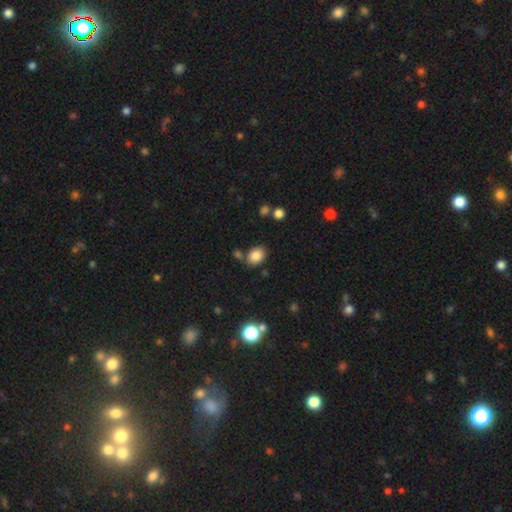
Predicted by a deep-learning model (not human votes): smooth 85%, star or artifact 10%, featured or disk 5%. Down the decision tree: how rounded — in between (64%); merging — none (73%).